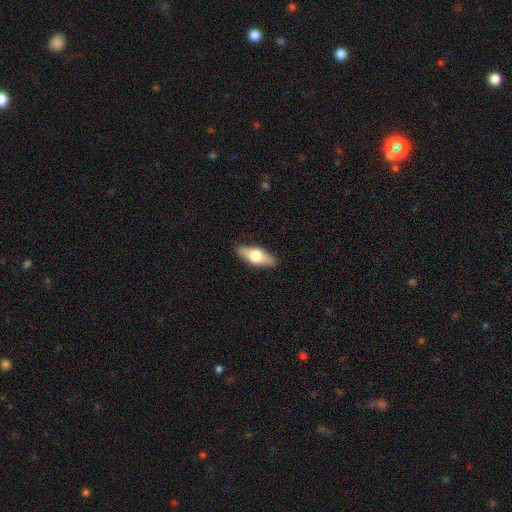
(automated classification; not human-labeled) Smooth or featured? smooth (55%)
How rounded? in between (71%)
Merging? none (87%)